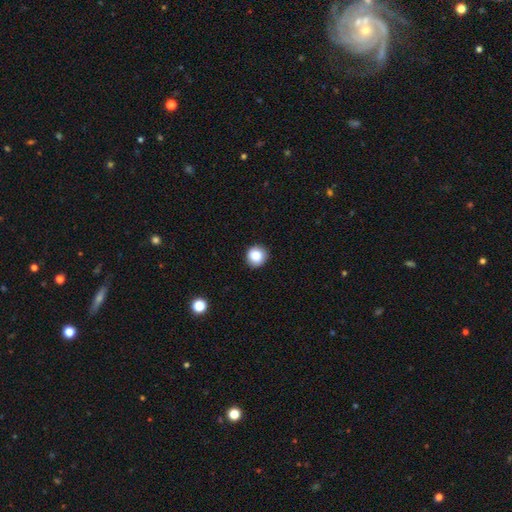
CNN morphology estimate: smooth 85%, star or artifact 9%, featured or disk 5%. Down the decision tree: how rounded — round (91%); merging — none (88%).